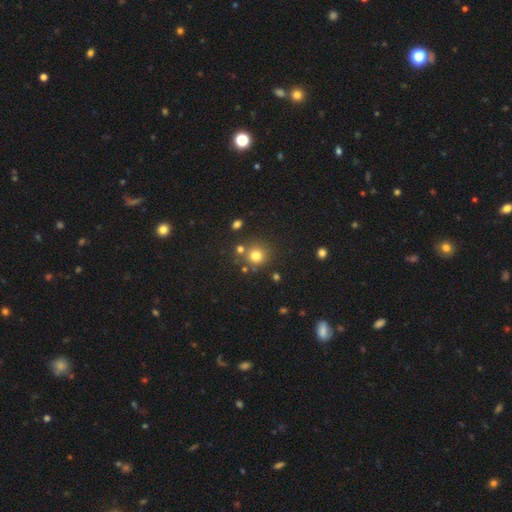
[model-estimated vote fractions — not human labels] Smooth or featured?
  - smooth: 77% *
  - star or artifact: 15%
  - featured or disk: 8%
How rounded?
  - round: 91% *
  - in between: 8%
  - cigar-shaped: 1%
Merging?
  - none: 76% *
  - merger: 11%
  - minor disturbance: 9%
  - major disturbance: 3%